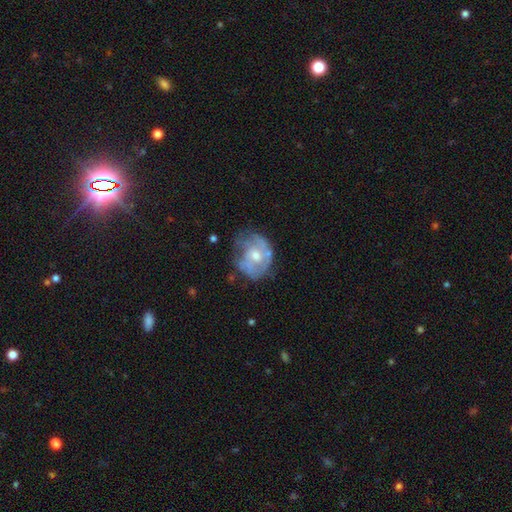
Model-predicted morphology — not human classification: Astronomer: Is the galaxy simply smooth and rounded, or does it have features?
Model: featured or disk — 62%.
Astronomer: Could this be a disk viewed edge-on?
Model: no — 97%.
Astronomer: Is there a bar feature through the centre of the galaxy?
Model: no — 75%.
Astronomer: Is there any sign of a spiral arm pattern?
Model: yes — 51% (runner-up: no, 49%).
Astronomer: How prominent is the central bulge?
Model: moderate — 60%.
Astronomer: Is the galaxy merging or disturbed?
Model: none — 46% (runner-up: minor disturbance, 30%).